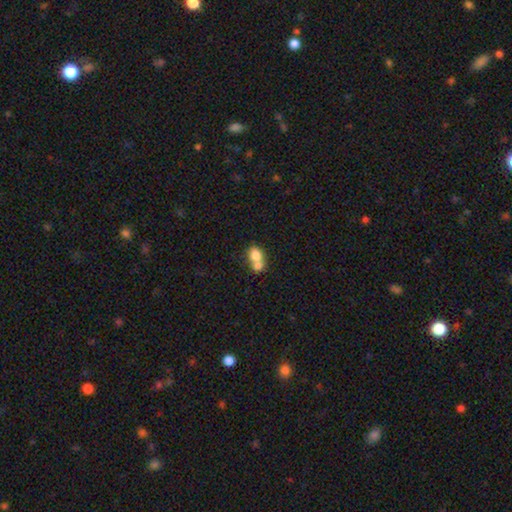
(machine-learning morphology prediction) type=smooth (75%); roundness=round (51%); merging=merger (69%).